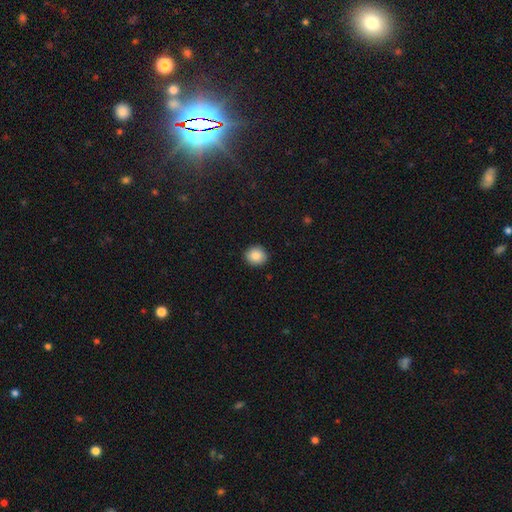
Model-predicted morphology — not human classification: This is clearly a smooth galaxy (86%). How rounded: clearly round (87%). Merging: clearly none (90%).